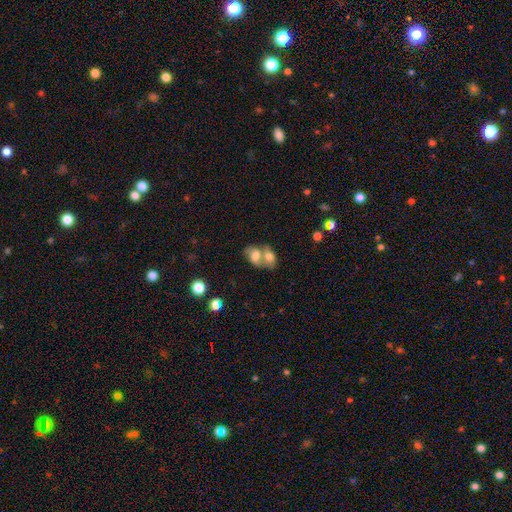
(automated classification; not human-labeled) This is likely a smooth galaxy (63%). How rounded: likely in between (74%). Merging: likely merger (72%).